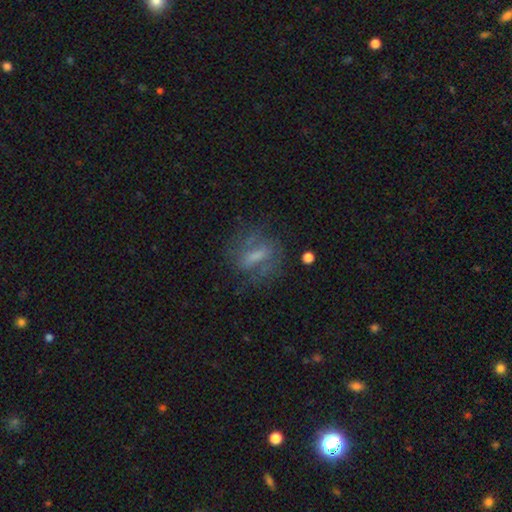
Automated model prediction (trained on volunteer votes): Morphology: type=featured or disk (49%); merging=none (67%).